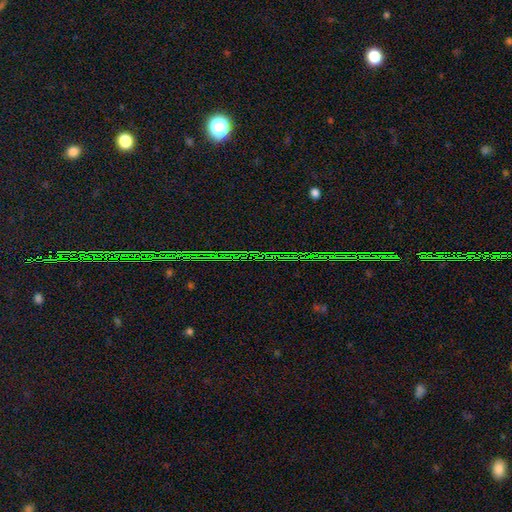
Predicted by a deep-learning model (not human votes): smooth_or_featured: star or artifact (p=0.85) [alt: featured or disk p=0.08]